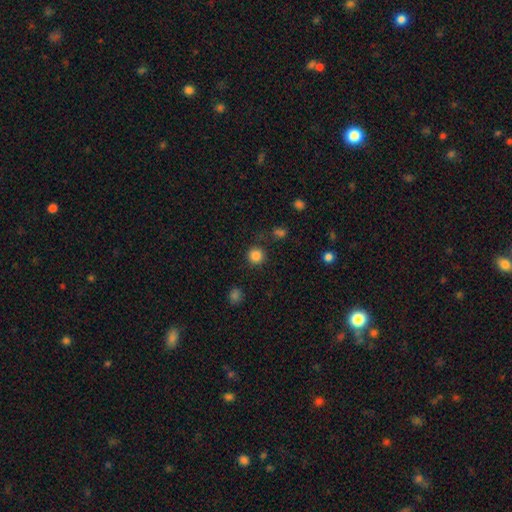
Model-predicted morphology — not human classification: Smooth or featured? smooth (84%)
How rounded? round (95%)
Merging? none (87%)